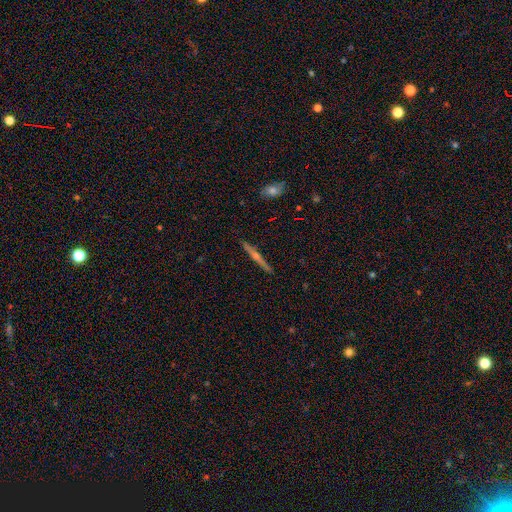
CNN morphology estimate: Smooth or featured? Predicted: featured or disk (p=0.73). Edge-on disk? Predicted: yes (p=0.98). Edge-on bulge? Predicted: rounded (p=0.85). Merging? Predicted: none (p=0.91).